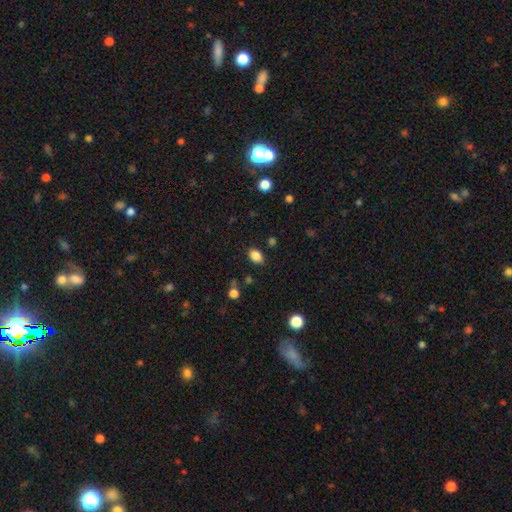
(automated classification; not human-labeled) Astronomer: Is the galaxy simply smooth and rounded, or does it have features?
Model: smooth — 85%.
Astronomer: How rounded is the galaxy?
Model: in between — 78%.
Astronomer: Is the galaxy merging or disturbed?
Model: none — 84%.